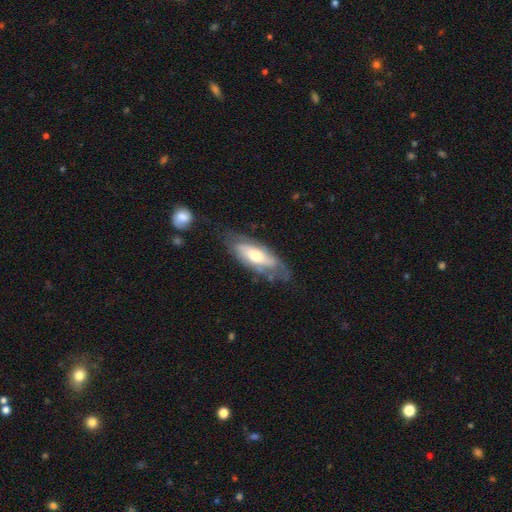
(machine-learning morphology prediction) Smooth or featured?
  - featured or disk: 51% *
  - smooth: 43%
  - star or artifact: 6%
Edge-on disk?
  - no: 71% *
  - yes: 29%
Merging?
  - none: 59% *
  - minor disturbance: 26%
  - major disturbance: 12%
  - merger: 3%